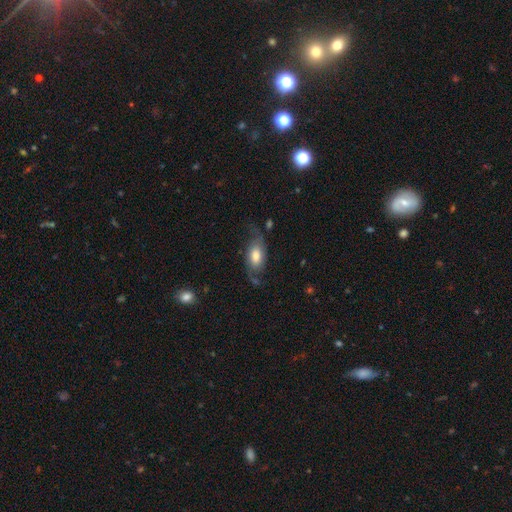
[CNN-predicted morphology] Smooth or featured? featured or disk (49%)
Merging? none (55%)